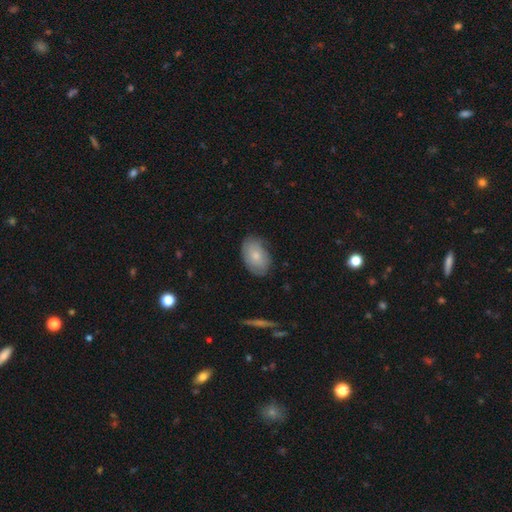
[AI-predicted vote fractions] Overall: smooth (72%). How rounded: in between (89%). Merging: none (78%).